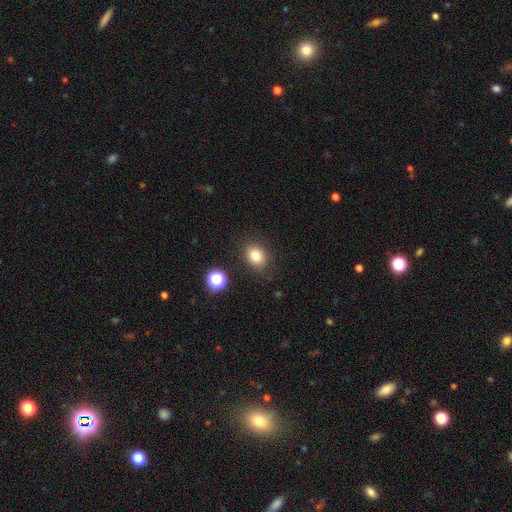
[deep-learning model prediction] This appears to be a smooth galaxy with no disk features (80%) that is round (52%). Merging: none (83%).